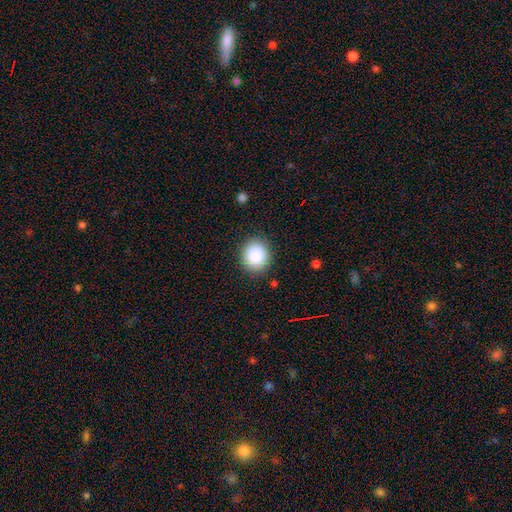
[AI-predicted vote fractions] This is clearly a smooth galaxy (87%). How rounded: likely round (73%). Merging: clearly none (87%).